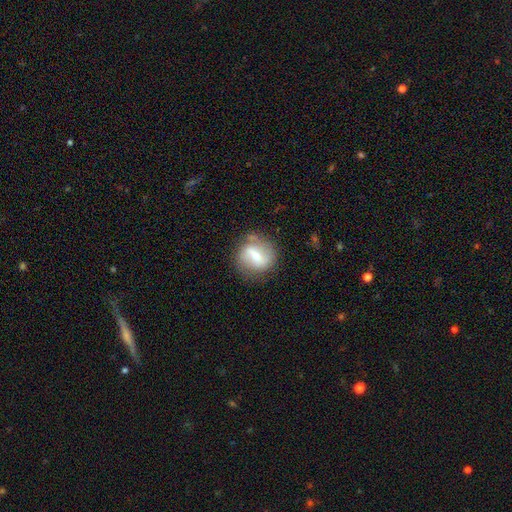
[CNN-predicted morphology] Smooth or featured? featured or disk (51%)
Edge-on disk? no (94%)
Merging? none (67%)